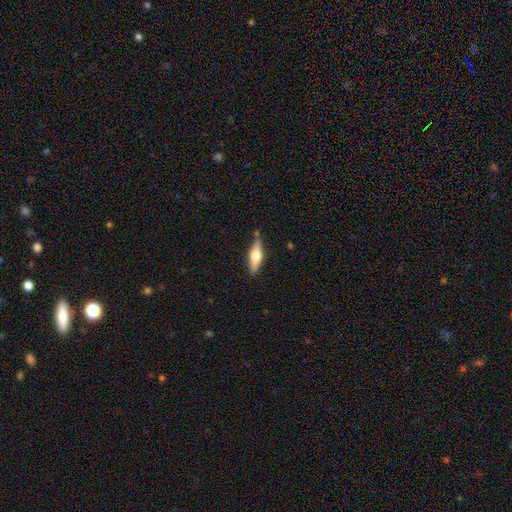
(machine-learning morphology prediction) The model was most divided on "how rounded": cigar-shaped: 53%, in between: 45%, round: 3%. More confident: merging — none (82%); smooth or featured — smooth (51%).